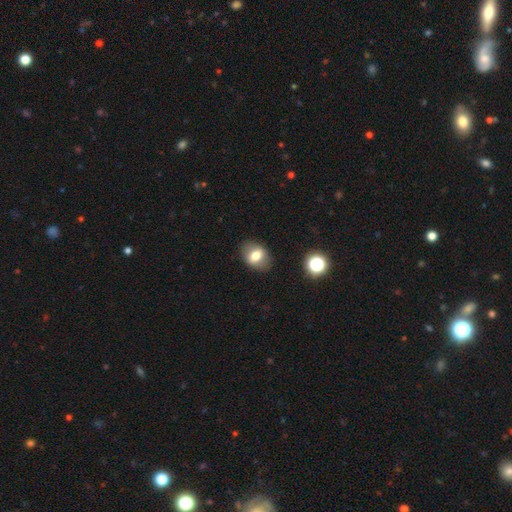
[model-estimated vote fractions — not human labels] Smooth or featured? smooth (71%)
How rounded? in between (67%)
Merging? none (83%)